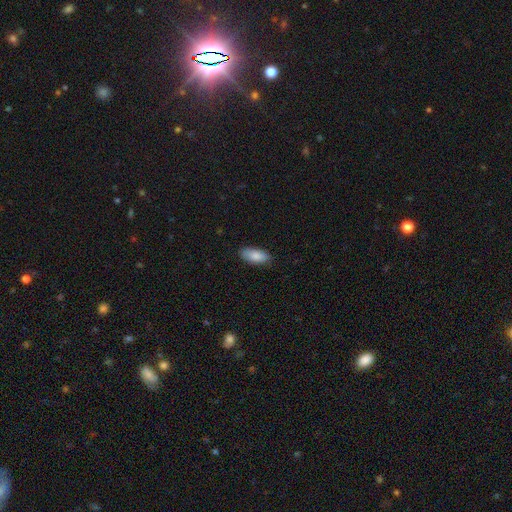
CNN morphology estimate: A smooth galaxy with no disk features (87%) that is in between round and cigar-shaped (86%).

Vote fractions:
- Smooth or featured? smooth: 87% / featured or disk: 7% / star or artifact: 6%
- How rounded? in between: 86% / cigar-shaped: 12% / round: 2%
- Merging? none: 85% / minor disturbance: 12% / major disturbance: 2% / merger: 1%